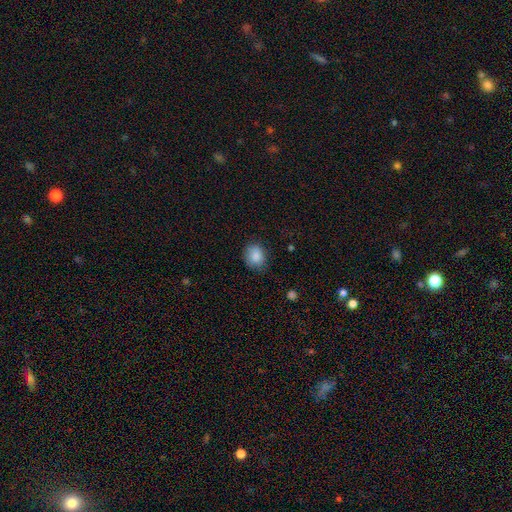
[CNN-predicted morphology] A smooth galaxy with no disk features (87%) that is round (54%). Merging: none (75%).